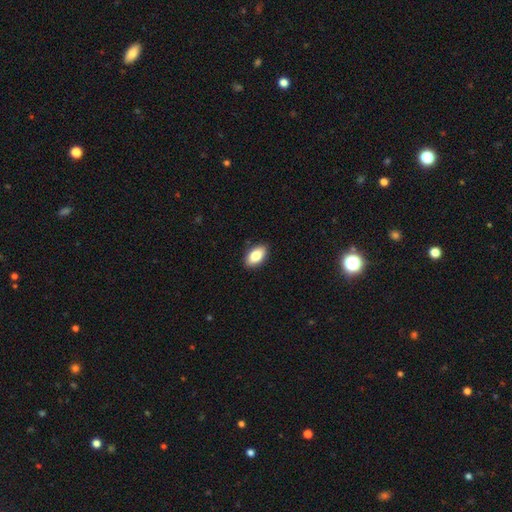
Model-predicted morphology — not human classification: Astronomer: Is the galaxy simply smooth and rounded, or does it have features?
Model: smooth — 83%.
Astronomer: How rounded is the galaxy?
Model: in between — 93%.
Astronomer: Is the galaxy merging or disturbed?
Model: none — 89%.